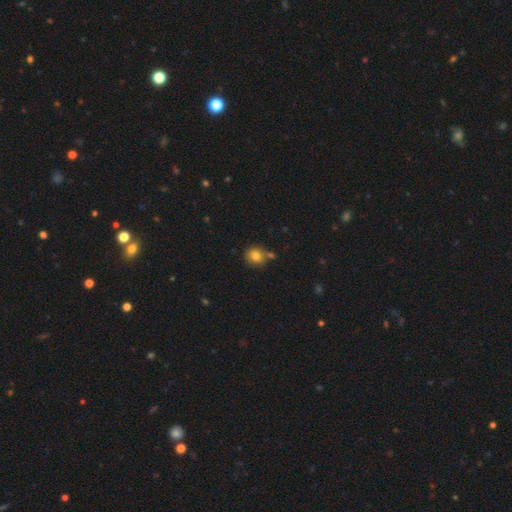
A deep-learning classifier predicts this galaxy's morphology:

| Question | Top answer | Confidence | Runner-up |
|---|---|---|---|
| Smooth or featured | smooth | 81% | star or artifact (11%) |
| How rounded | round | 84% | in between (15%) |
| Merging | none | 71% | merger (14%) |